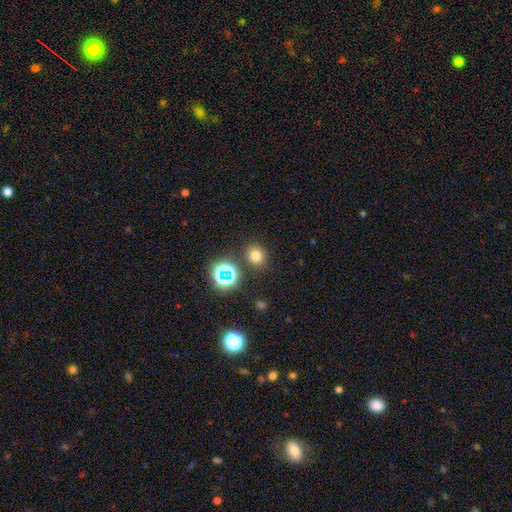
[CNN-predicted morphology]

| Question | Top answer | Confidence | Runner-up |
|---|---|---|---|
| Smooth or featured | smooth | 72% | star or artifact (21%) |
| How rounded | round | 76% | in between (23%) |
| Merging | none | 84% | minor disturbance (8%) |